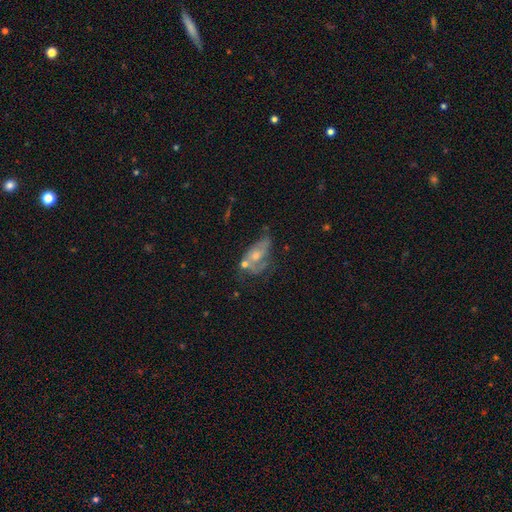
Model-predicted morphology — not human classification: Smooth or featured: featured or disk — 60% (smooth — 26%)
Edge-on disk: no — 92% (yes — 8%)
Bar: no — 79% (weak — 17%)
Spiral arms: yes — 54% (no — 46%)
Bulge size: moderate — 51% (small — 34%)
Merging: none — 31% (major disturbance — 27%)